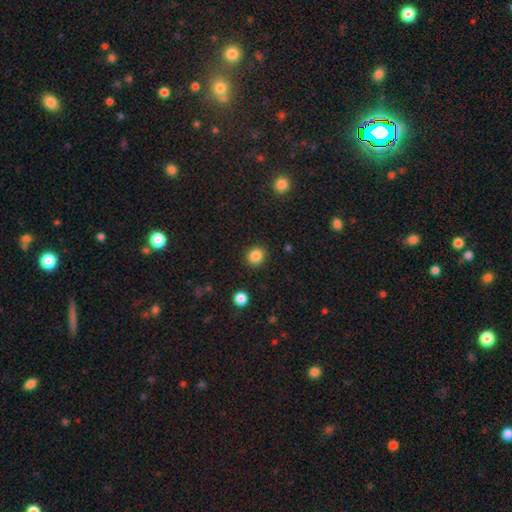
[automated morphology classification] A smooth galaxy with no disk features (86%) that is round (81%). Merging: none (90%).